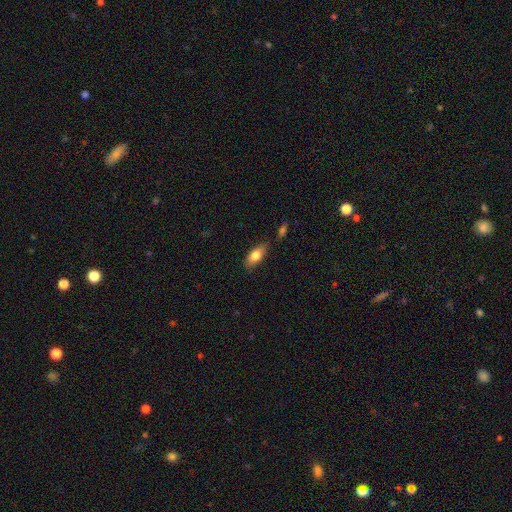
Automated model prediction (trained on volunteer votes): A smooth galaxy with no disk features (78%) that is in between round and cigar-shaped (84%).

Vote fractions:
- Smooth or featured? smooth: 78% / featured or disk: 15% / star or artifact: 7%
- How rounded? in between: 84% / cigar-shaped: 13% / round: 3%
- Merging? none: 74% / minor disturbance: 17% / merger: 5% / major disturbance: 4%